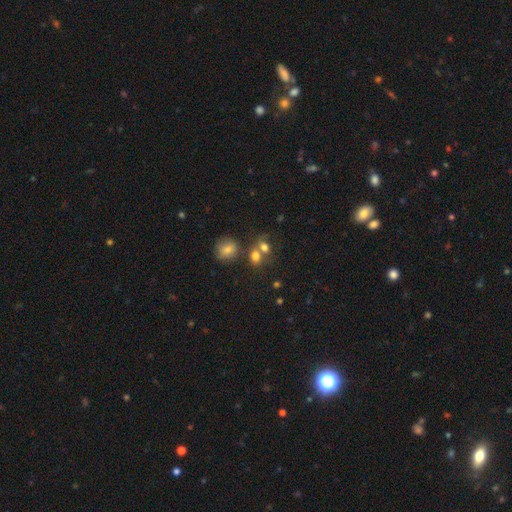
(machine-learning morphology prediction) Smooth or featured?
  - smooth: 74% *
  - star or artifact: 14%
  - featured or disk: 12%
How rounded?
  - round: 52% *
  - in between: 46%
  - cigar-shaped: 2%
Merging?
  - merger: 46% *
  - none: 38%
  - minor disturbance: 10%
  - major disturbance: 6%